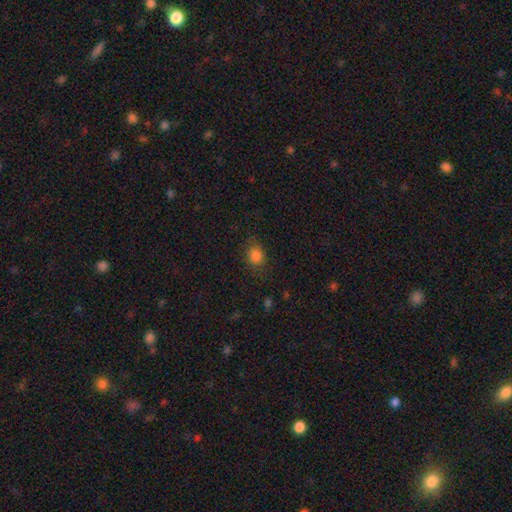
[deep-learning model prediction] This is clearly a smooth galaxy (83%). How rounded: possibly round (54%). Merging: likely none (79%).